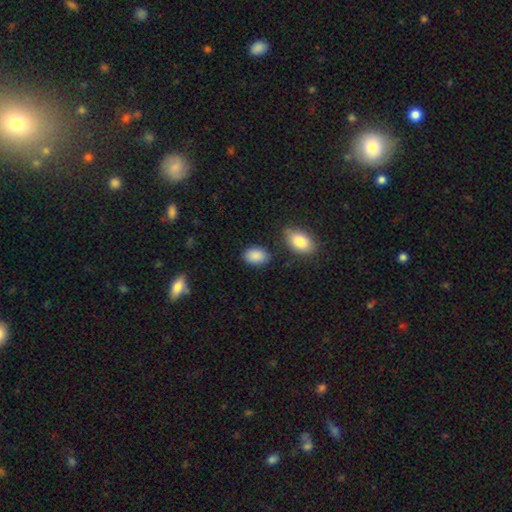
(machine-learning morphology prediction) A smooth galaxy with no disk features (89%) that is in between round and cigar-shaped (85%).

Vote fractions:
- Smooth or featured? smooth: 89% / star or artifact: 7% / featured or disk: 4%
- How rounded? in between: 85% / round: 14% / cigar-shaped: 1%
- Merging? none: 78% / minor disturbance: 14% / merger: 5% / major disturbance: 3%